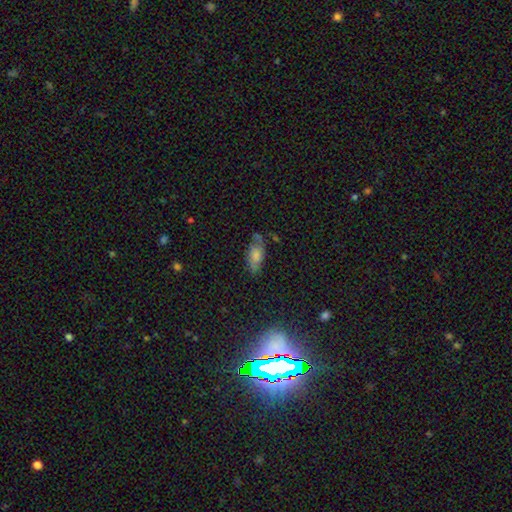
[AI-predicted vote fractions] smooth-or-featured: smooth: 61% | featured or disk: 26% | star or artifact: 13%
  how-rounded: in between: 86% | cigar-shaped: 11% | round: 3%
  merging: none: 56% | minor disturbance: 28% | major disturbance: 11% | merger: 5%